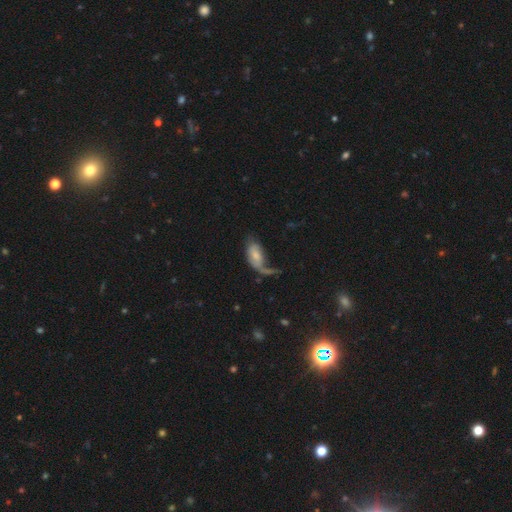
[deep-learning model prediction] Q: Smooth or featured?
A: smooth (57%); runner-up: featured or disk (36%)
Q: How rounded?
A: in between (92%); runner-up: round (5%)
Q: Merging?
A: major disturbance (44%); runner-up: none (25%)